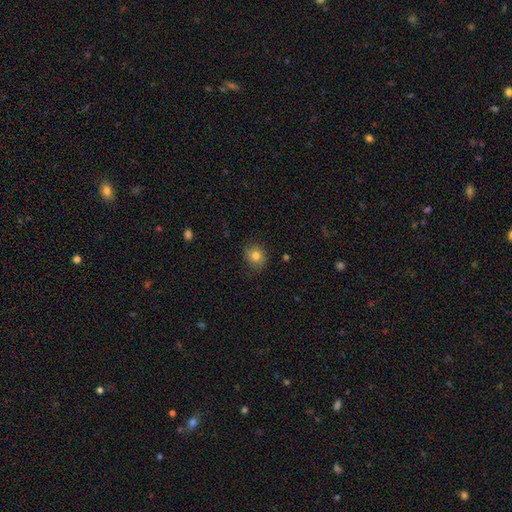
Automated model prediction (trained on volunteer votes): This is likely a smooth galaxy (80%). How rounded: clearly round (82%). Merging: likely none (80%).